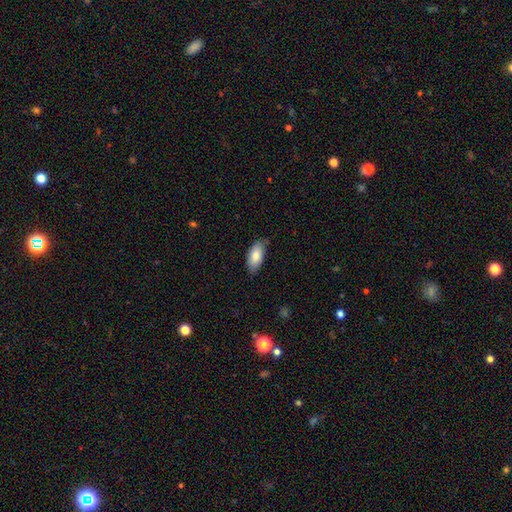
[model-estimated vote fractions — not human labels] The model was most divided on "merging": none: 78%, minor disturbance: 18%, major disturbance: 3%, merger: 1%. More confident: how rounded — in between (91%); smooth or featured — smooth (83%).